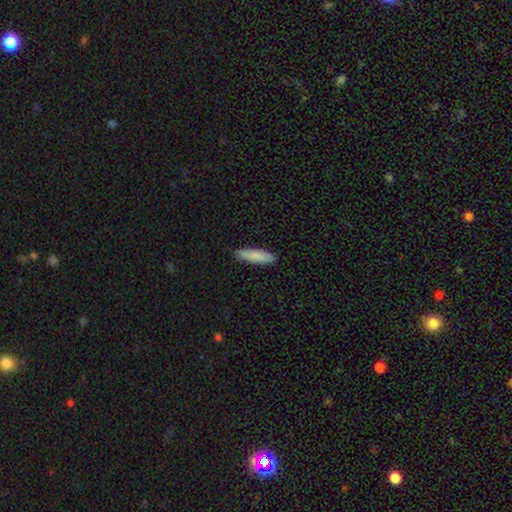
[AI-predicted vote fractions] smooth 87%, featured or disk 8%, star or artifact 6%. Down the decision tree: how rounded — cigar-shaped (75%); merging — none (90%).